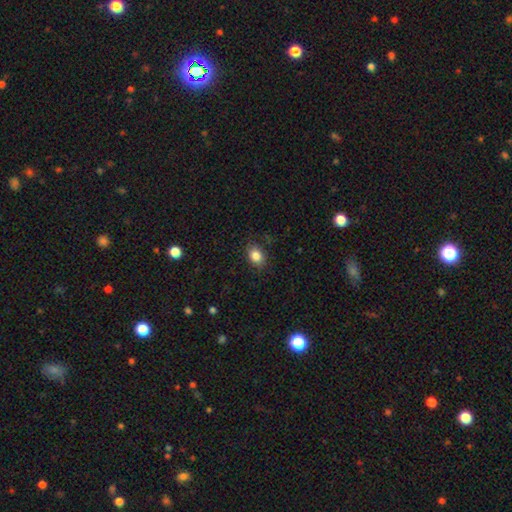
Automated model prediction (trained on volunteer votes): Smooth or featured? Predicted: smooth (p=0.84). How rounded? Predicted: in between (p=0.64). Merging? Predicted: none (p=0.82).